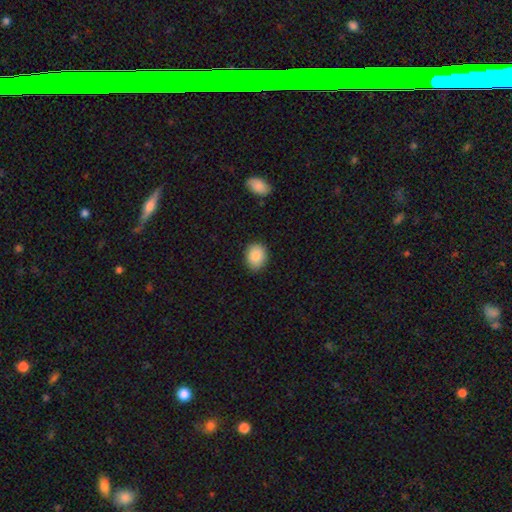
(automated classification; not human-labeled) smooth 85%, star or artifact 8%, featured or disk 7%. Down the decision tree: how rounded — round (50%); merging — none (85%).